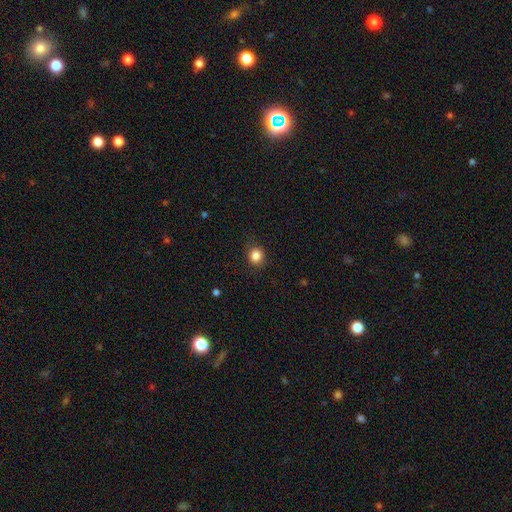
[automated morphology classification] Smooth or featured: smooth — 84% (star or artifact — 11%)
How rounded: round — 80% (in between — 19%)
Merging: none — 86% (minor disturbance — 11%)